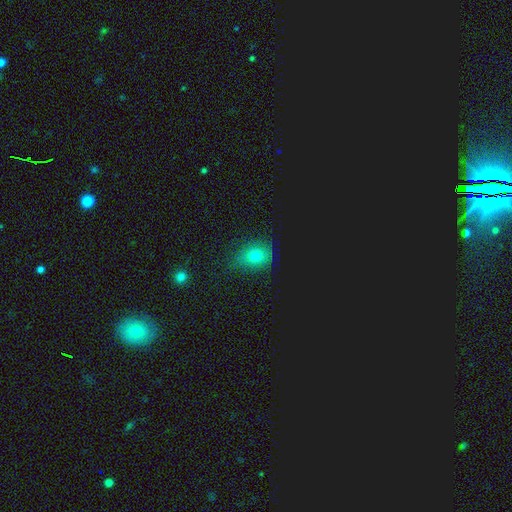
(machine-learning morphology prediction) smooth 69%, star or artifact 22%, featured or disk 9%. Down the decision tree: how rounded — round (57%); merging — none (73%).